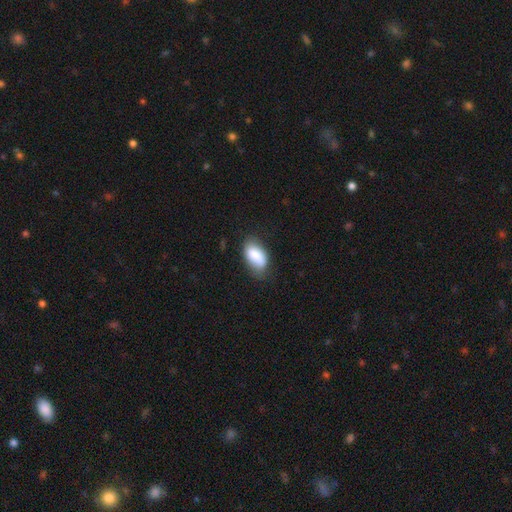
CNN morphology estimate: Smooth or featured?
  - smooth: 83% *
  - featured or disk: 11%
  - star or artifact: 7%
How rounded?
  - in between: 93% *
  - round: 4%
  - cigar-shaped: 4%
Merging?
  - none: 69% *
  - minor disturbance: 24%
  - major disturbance: 6%
  - merger: 1%